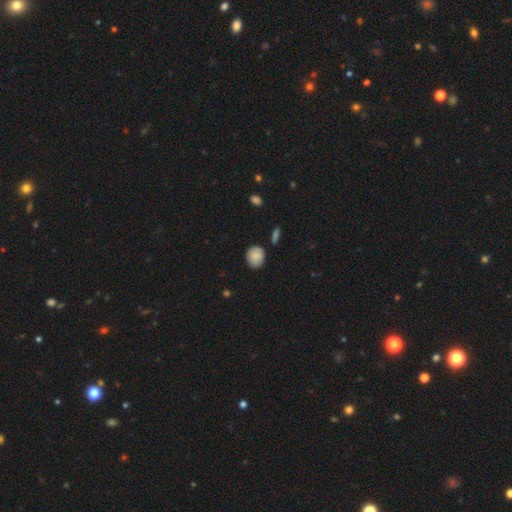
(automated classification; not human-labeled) A smooth galaxy with no disk features (81%) that is round (71%).

Vote fractions:
- Smooth or featured? smooth: 81% / featured or disk: 11% / star or artifact: 8%
- How rounded? round: 71% / in between: 28% / cigar-shaped: 1%
- Merging? none: 75% / minor disturbance: 18% / merger: 4% / major disturbance: 3%